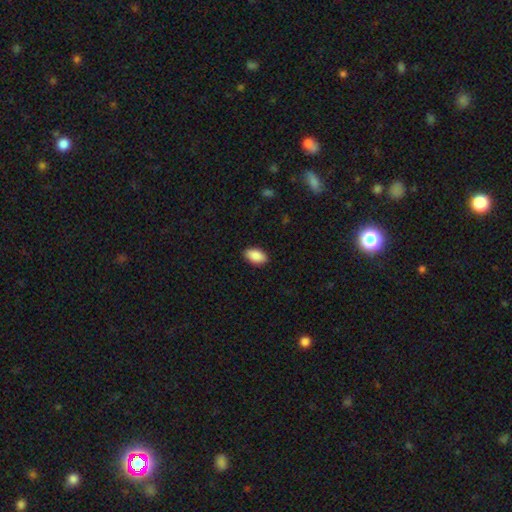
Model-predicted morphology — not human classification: Smooth or featured? Predicted: smooth (p=0.90). How rounded? Predicted: in between (p=0.94). Merging? Predicted: none (p=0.89).